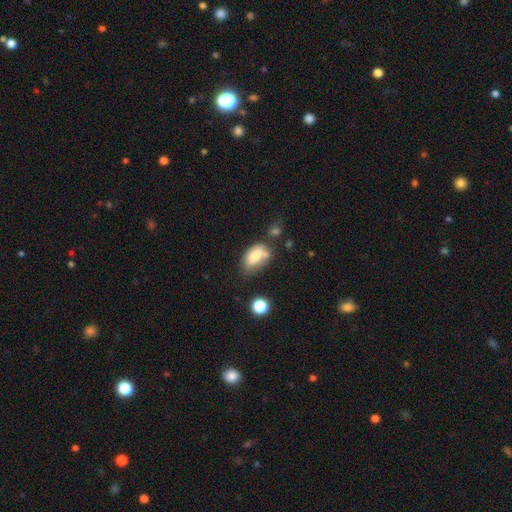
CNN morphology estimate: type=smooth (74%); roundness=in between (90%); merging=none (40%).